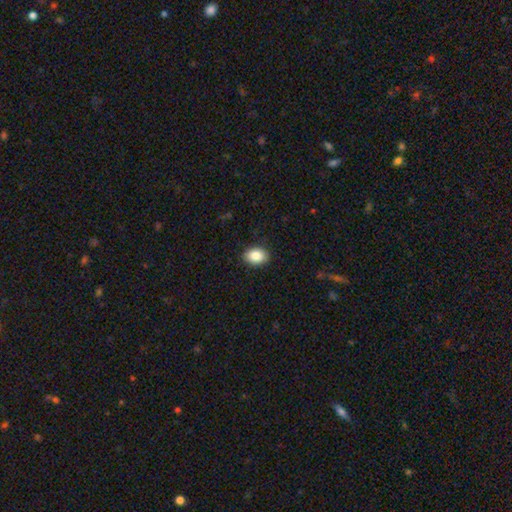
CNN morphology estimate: This appears to be a smooth galaxy with no disk features (86%) that is in between round and cigar-shaped (76%). Merging: none (89%).